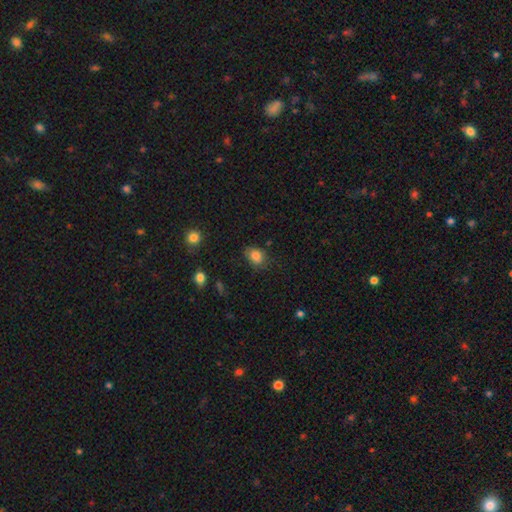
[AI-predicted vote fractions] The model was most divided on "how rounded": in between: 62%, round: 37%, cigar-shaped: 1%. More confident: smooth or featured — smooth (83%); merging — none (72%).